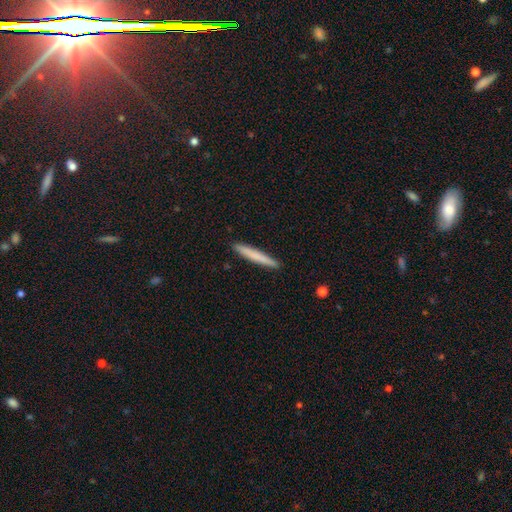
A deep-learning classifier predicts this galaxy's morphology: Smooth or featured? Predicted: smooth (p=0.73). How rounded? Predicted: cigar-shaped (p=0.96). Merging? Predicted: none (p=0.92).